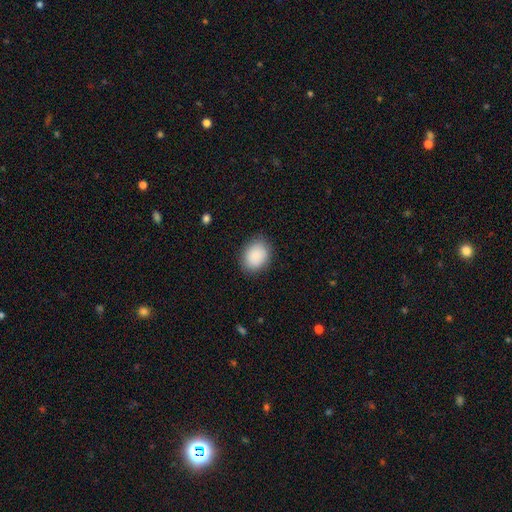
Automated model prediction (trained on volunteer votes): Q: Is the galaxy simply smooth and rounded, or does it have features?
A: smooth — 89%.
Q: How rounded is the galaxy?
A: in between — 55%.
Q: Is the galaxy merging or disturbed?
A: none — 84%.